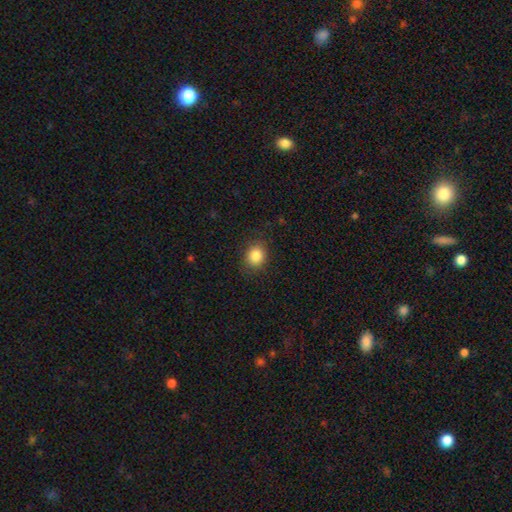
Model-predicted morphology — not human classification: A smooth galaxy with no disk features (86%) that is round (67%). Merging: none (86%).